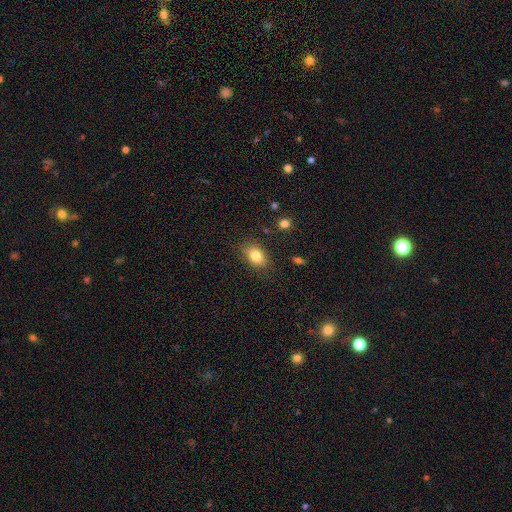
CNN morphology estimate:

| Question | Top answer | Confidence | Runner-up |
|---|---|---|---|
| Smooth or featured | smooth | 81% | featured or disk (10%) |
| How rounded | in between | 80% | round (18%) |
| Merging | none | 81% | minor disturbance (14%) |